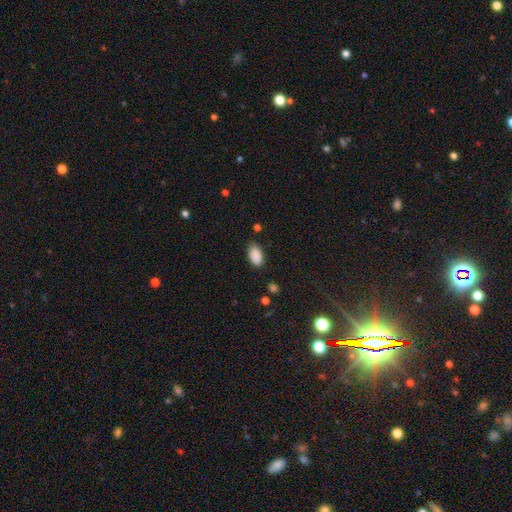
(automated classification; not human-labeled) Smooth or featured? Predicted: smooth (p=0.89). How rounded? Predicted: in between (p=0.94). Merging? Predicted: none (p=0.79).